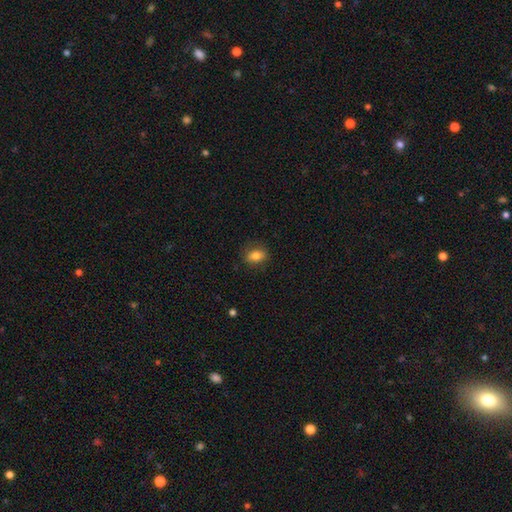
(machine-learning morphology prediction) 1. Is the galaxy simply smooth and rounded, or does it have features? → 81% smooth, 10% featured or disk, 9% star or artifact.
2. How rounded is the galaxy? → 73% in between, 24% round, 3% cigar-shaped.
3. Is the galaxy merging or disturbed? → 83% none, 13% minor disturbance, 3% major disturbance, 1% merger.